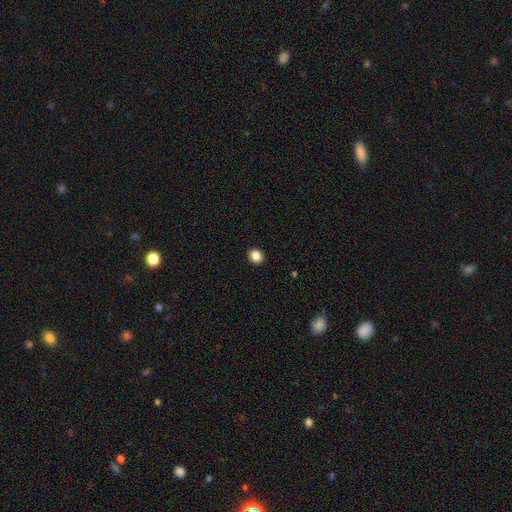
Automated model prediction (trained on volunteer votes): Q: Smooth or featured?
A: smooth (86%); runner-up: star or artifact (11%)
Q: How rounded?
A: round (78%); runner-up: in between (21%)
Q: Merging?
A: none (92%); runner-up: minor disturbance (5%)